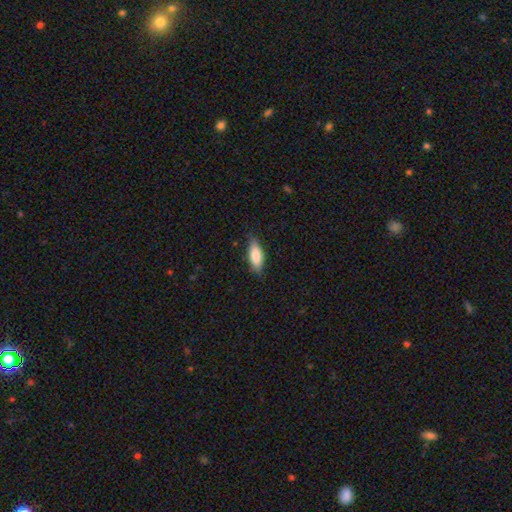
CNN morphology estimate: smooth 80%, featured or disk 14%, star or artifact 6%. Down the decision tree: how rounded — in between (73%); merging — none (78%).